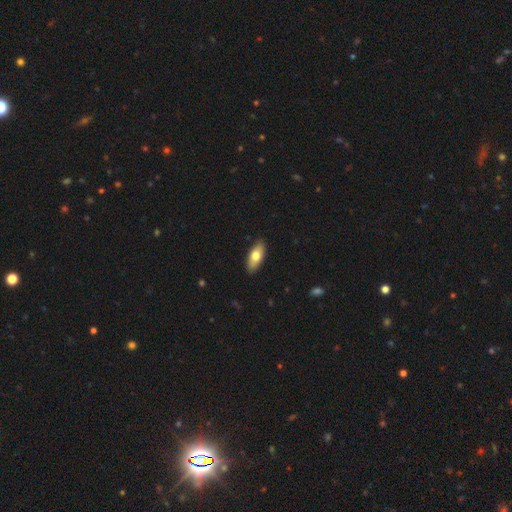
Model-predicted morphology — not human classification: Smooth or featured?
  - smooth: 72% *
  - featured or disk: 22%
  - star or artifact: 6%
How rounded?
  - in between: 83% *
  - cigar-shaped: 15%
  - round: 3%
Merging?
  - none: 89% *
  - minor disturbance: 9%
  - major disturbance: 2%
  - merger: 1%